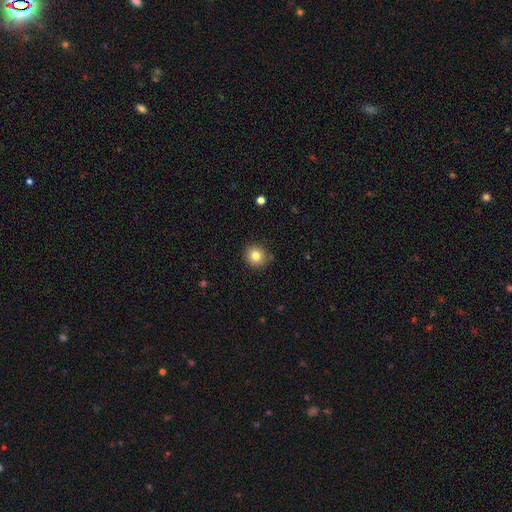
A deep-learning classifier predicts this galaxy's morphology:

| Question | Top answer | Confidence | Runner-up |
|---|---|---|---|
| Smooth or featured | smooth | 81% | star or artifact (11%) |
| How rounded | round | 89% | in between (10%) |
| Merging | none | 87% | minor disturbance (9%) |